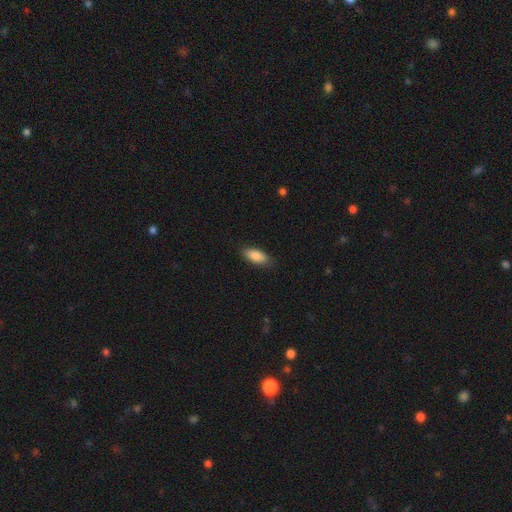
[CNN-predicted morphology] smooth-or-featured: smooth: 85% | featured or disk: 9% | star or artifact: 7%
  how-rounded: in between: 84% | cigar-shaped: 13% | round: 2%
  merging: none: 85% | minor disturbance: 11% | major disturbance: 2% | merger: 1%